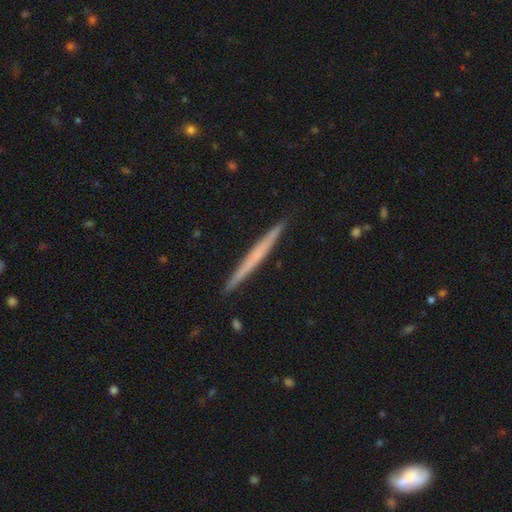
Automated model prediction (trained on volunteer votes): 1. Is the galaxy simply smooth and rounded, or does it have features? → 51% featured or disk, 43% smooth, 6% star or artifact.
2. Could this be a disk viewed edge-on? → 98% yes, 2% no.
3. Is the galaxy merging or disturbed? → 92% none, 6% minor disturbance, 1% major disturbance, 1% merger.